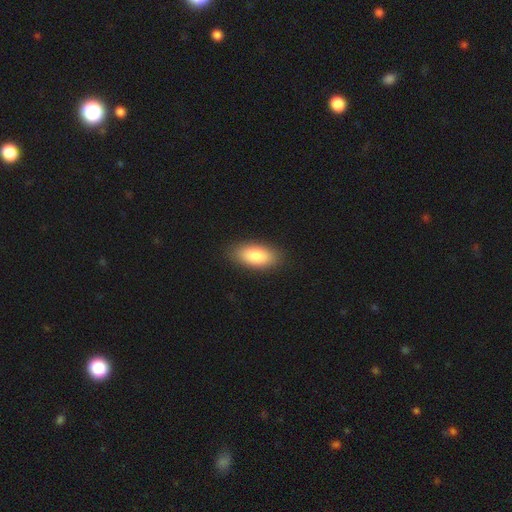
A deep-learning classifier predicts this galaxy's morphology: type=smooth (86%); roundness=in between (90%); merging=none (88%).